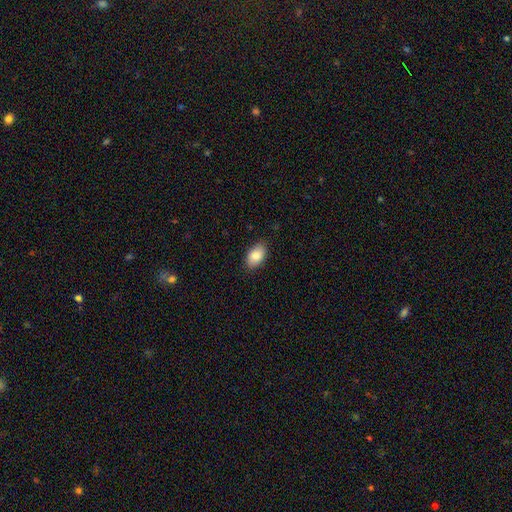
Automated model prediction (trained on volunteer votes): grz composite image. It shows a smooth galaxy with no disk features (85%) that is in between round and cigar-shaped (92%). Merging: none (86%).